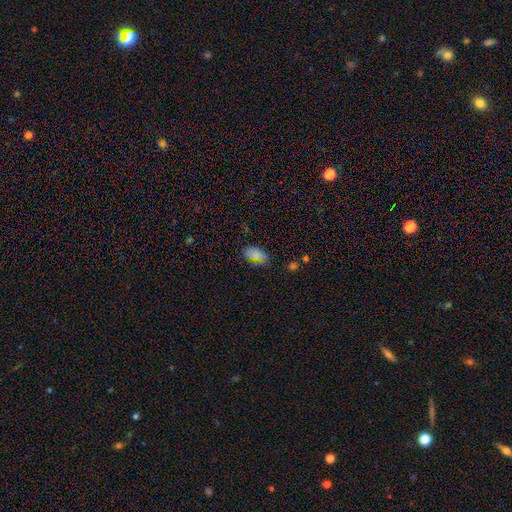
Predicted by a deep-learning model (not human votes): Smooth or featured? Predicted: smooth (p=0.73). How rounded? Predicted: in between (p=0.92). Merging? Predicted: none (p=0.75).